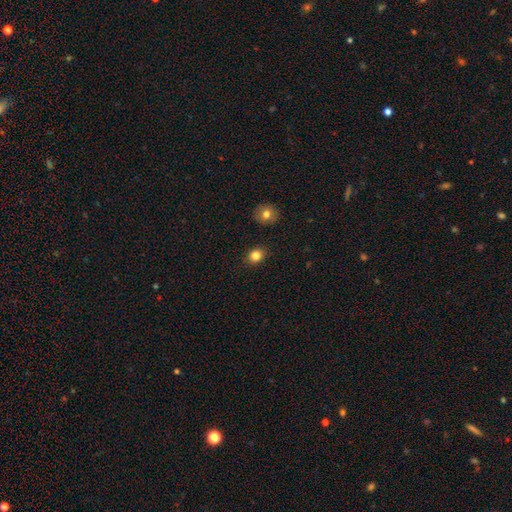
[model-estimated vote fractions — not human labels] Morphology: type=smooth (83%); roundness=round (66%); merging=none (88%).